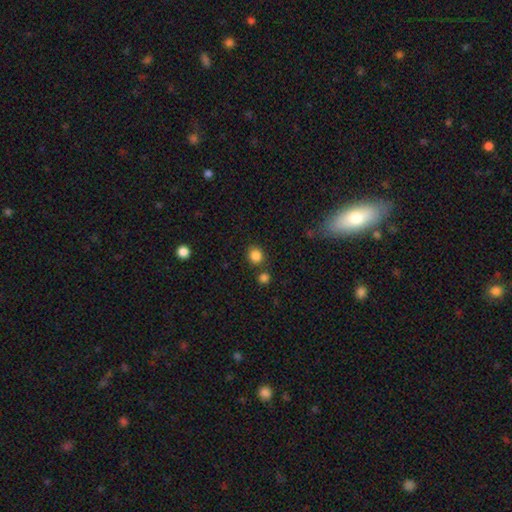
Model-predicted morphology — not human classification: Smooth or featured?
  - smooth: 85% *
  - star or artifact: 11%
  - featured or disk: 4%
How rounded?
  - round: 82% *
  - in between: 17%
  - cigar-shaped: 1%
Merging?
  - none: 77% *
  - merger: 11%
  - minor disturbance: 9%
  - major disturbance: 3%